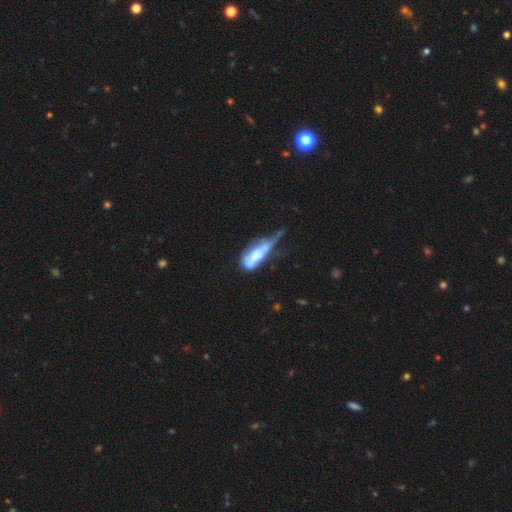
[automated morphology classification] A smooth galaxy with no disk features (50%) that is in between round and cigar-shaped (69%).

Vote fractions:
- Smooth or featured? smooth: 50% / featured or disk: 41% / star or artifact: 9%
- How rounded? in between: 69% / cigar-shaped: 27% / round: 4%
- Merging? major disturbance: 47% / minor disturbance: 25% / merger: 14% / none: 14%